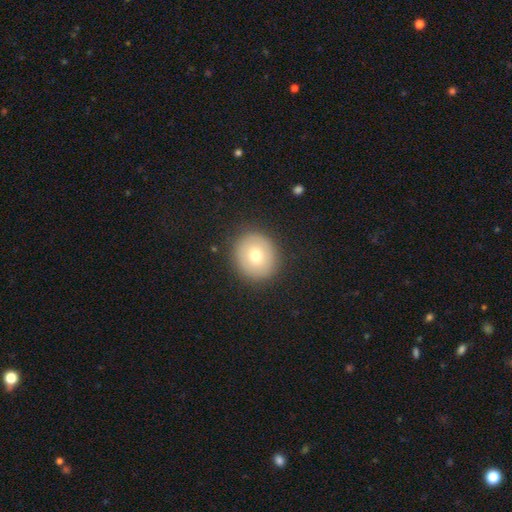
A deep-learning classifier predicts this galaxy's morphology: This appears to be a smooth galaxy with no disk features (70%) that is round (86%). Merging: none (90%).